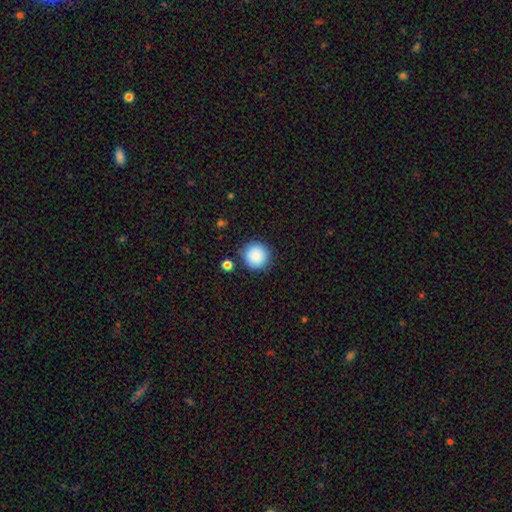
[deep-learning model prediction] Smooth or featured?
  - smooth: 88% *
  - star or artifact: 8%
  - featured or disk: 4%
How rounded?
  - round: 95% *
  - in between: 4%
  - cigar-shaped: 1%
Merging?
  - none: 87% *
  - minor disturbance: 7%
  - merger: 3%
  - major disturbance: 3%